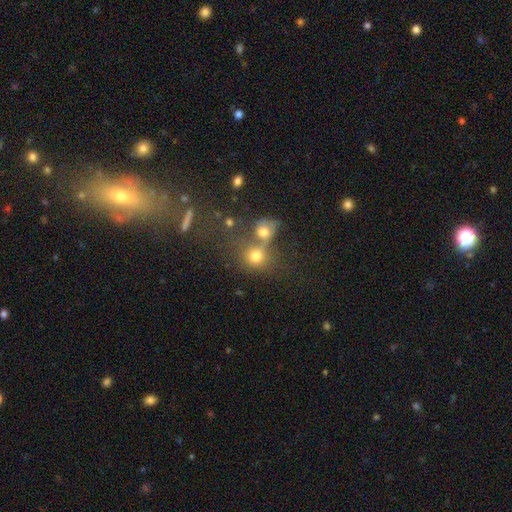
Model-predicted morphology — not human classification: Q: Smooth or featured?
A: smooth (73%); runner-up: star or artifact (14%)
Q: How rounded?
A: round (77%); runner-up: in between (22%)
Q: Merging?
A: merger (49%); runner-up: none (35%)